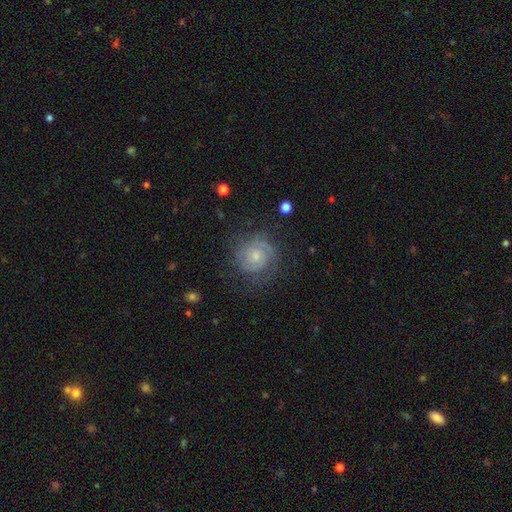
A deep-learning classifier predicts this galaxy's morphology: A featured or disk galaxy (74%) with no bar (70%), 2 (44%) tight (66%) spiral arms (93%) and a small central bulge (52%). Merging: none (70%).